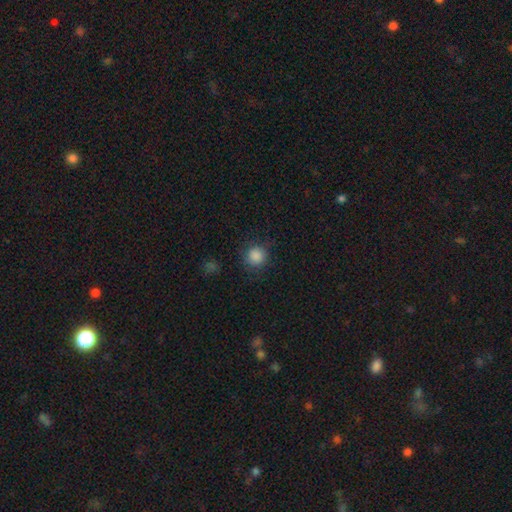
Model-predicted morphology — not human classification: A smooth galaxy with no disk features (86%) that is round (93%).

Vote fractions:
- Smooth or featured? smooth: 86% / star or artifact: 10% / featured or disk: 4%
- How rounded? round: 93% / in between: 6% / cigar-shaped: 1%
- Merging? none: 83% / minor disturbance: 11% / major disturbance: 4% / merger: 2%